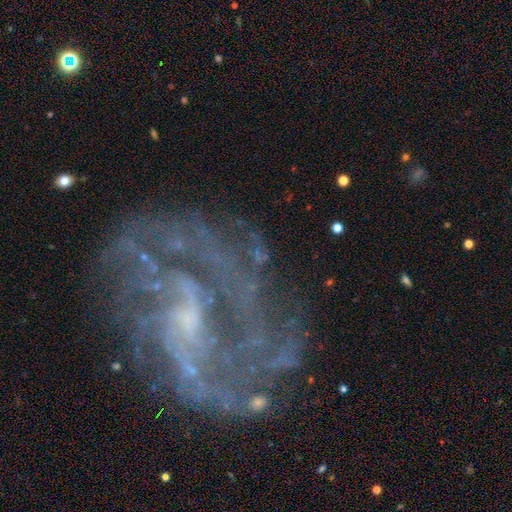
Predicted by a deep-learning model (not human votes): smooth-or-featured: featured or disk: 85% | star or artifact: 9% | smooth: 6%
  disk-edge-on: no: 97% | yes: 3%
    bar: weak: 42% | no: 40% | strong: 18%
    has-spiral-arms: yes: 93% | no: 7%
      spiral-winding: medium: 45% | tight: 33% | loose: 22%
      spiral-arm-count: 2: 26% | can't tell: 24% | 3: 18% | 4: 13% | more than 4: 10% | 1: 9%
    bulge-size: small: 49% | none: 27% | moderate: 19% | large: 3% | dominant: 1%
  merging: none: 61% | major disturbance: 19% | minor disturbance: 17% | merger: 3%